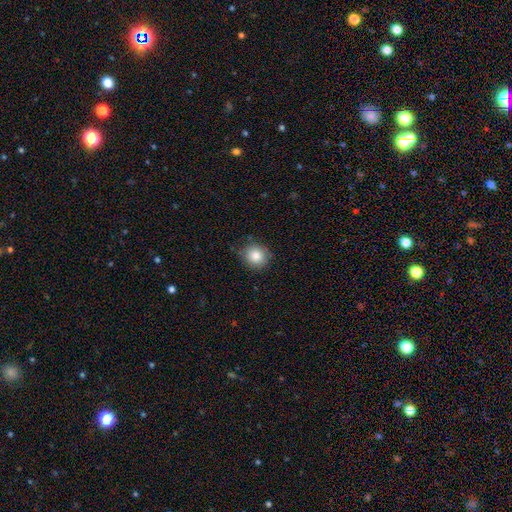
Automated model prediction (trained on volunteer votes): This appears to be a smooth galaxy with no disk features (84%) that is round (82%). Merging: none (82%).